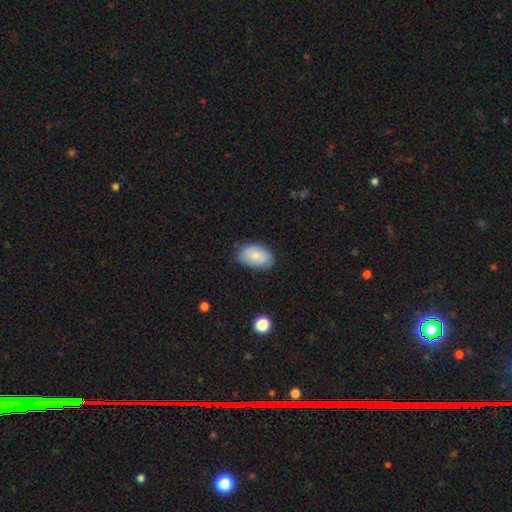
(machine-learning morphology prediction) This appears to be a smooth galaxy with no disk features (81%) that is in between round and cigar-shaped (92%). Merging: none (78%).